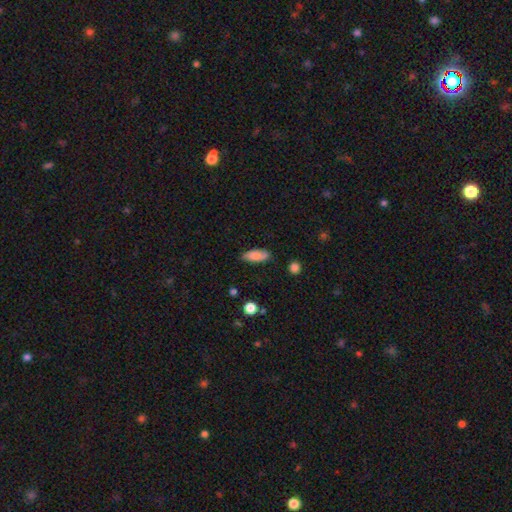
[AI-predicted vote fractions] A smooth galaxy with no disk features (82%) that is in between round and cigar-shaped (77%). Merging: none (77%).